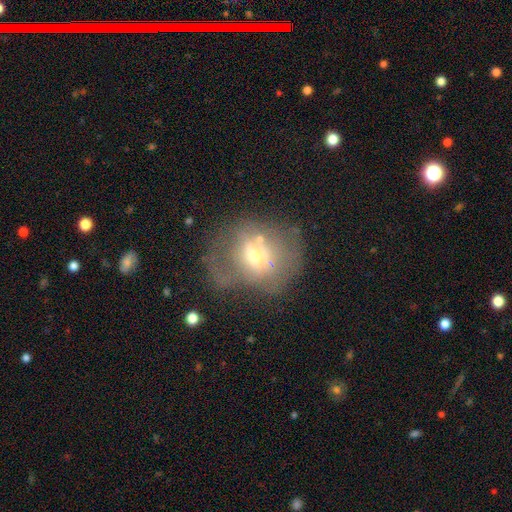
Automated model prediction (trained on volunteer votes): Smooth or featured: smooth — 44% (tied with featured or disk — 44%)
Merging: none — 39% (major disturbance — 29%)